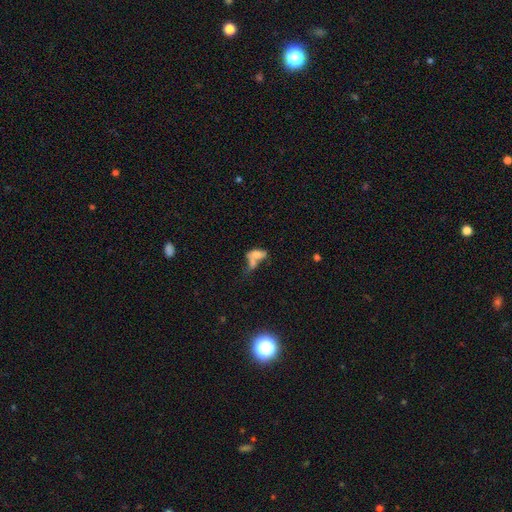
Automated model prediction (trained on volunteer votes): Morphology: type=smooth (55%); roundness=in between (81%); merging=merger (57%).